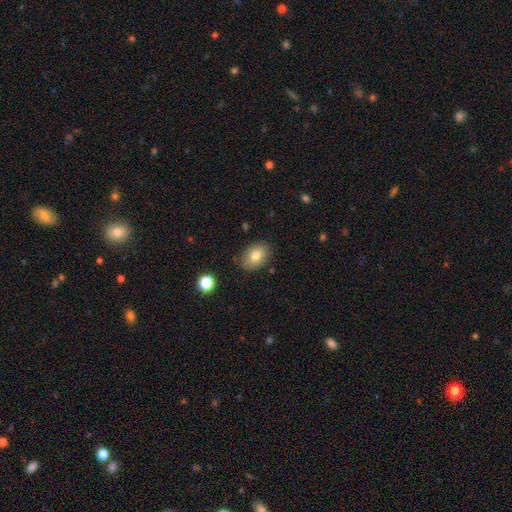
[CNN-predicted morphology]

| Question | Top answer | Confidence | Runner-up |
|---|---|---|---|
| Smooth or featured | smooth | 78% | featured or disk (13%) |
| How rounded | in between | 76% | round (23%) |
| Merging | none | 84% | minor disturbance (12%) |